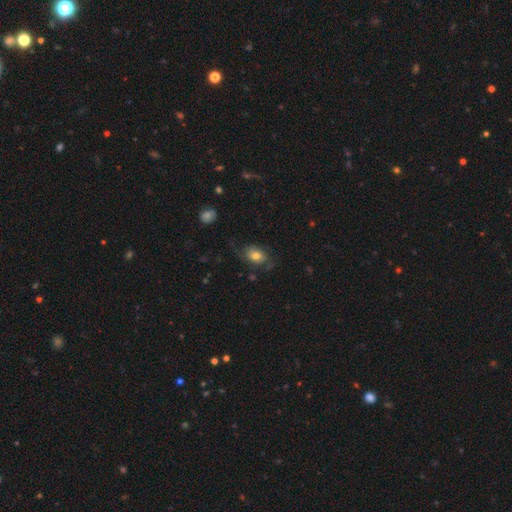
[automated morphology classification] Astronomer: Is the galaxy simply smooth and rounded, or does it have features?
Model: smooth — 55% (runner-up: featured or disk, 35%).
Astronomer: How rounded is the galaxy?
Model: in between — 77%.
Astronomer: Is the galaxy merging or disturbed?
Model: none — 58%.